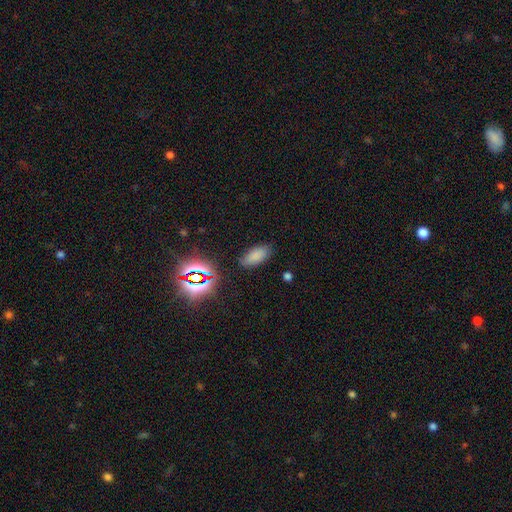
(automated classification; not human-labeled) Overall: smooth (77%). How rounded: in between (90%). Merging: none (82%).